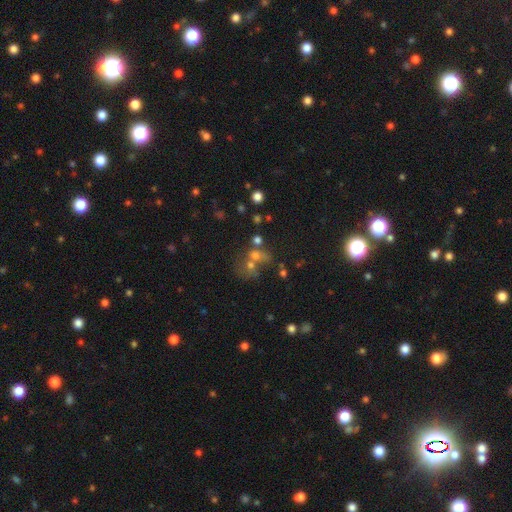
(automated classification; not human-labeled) A smooth galaxy with no disk features (56%) that is round (61%).

Vote fractions:
- Smooth or featured? smooth: 56% / featured or disk: 23% / star or artifact: 21%
- How rounded? round: 61% / in between: 38% / cigar-shaped: 2%
- Merging? merger: 57% / none: 25% / major disturbance: 9% / minor disturbance: 8%